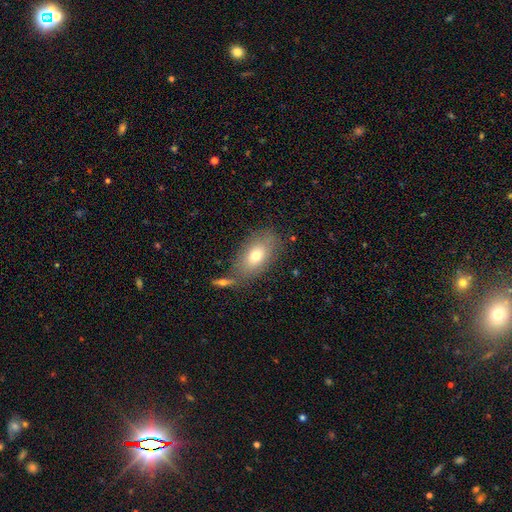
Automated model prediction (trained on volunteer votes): Overall: smooth (73%). How rounded: in between (88%). Merging: none (71%).